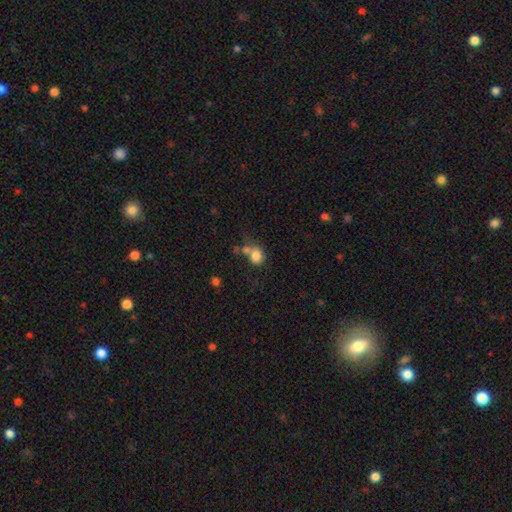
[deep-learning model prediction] This appears to be a smooth galaxy with no disk features (80%) that is round (66%). Merging: merger (40%).